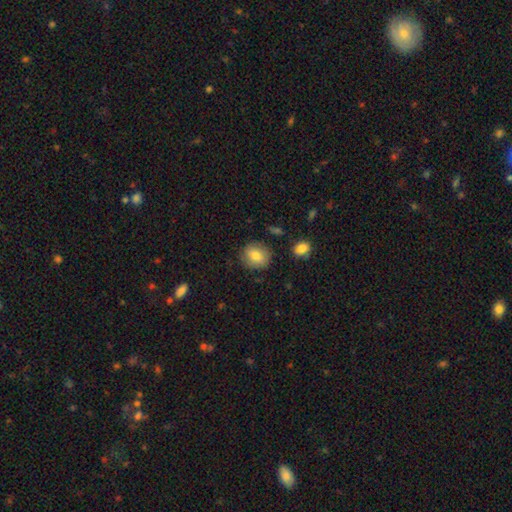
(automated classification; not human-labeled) This appears to be a smooth galaxy with no disk features (78%) that is round (72%). Merging: none (82%).